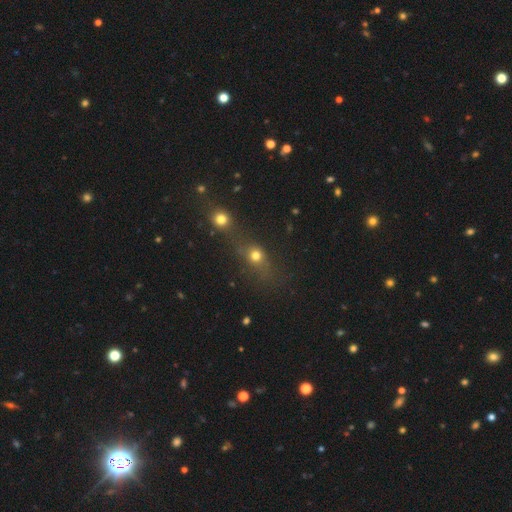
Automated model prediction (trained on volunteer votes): Smooth or featured: smooth — 68% (star or artifact — 20%)
How rounded: round — 66% (in between — 28%)
Merging: merger — 43% (none — 40%)